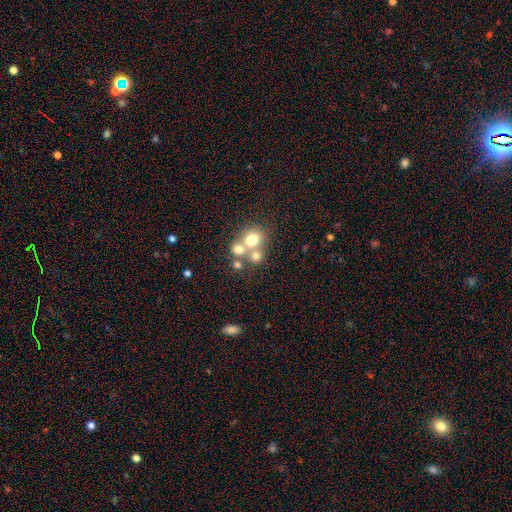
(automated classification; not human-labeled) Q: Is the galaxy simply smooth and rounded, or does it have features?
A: smooth — 67%.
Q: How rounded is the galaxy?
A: round — 77%.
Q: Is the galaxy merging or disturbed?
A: merger — 47%.